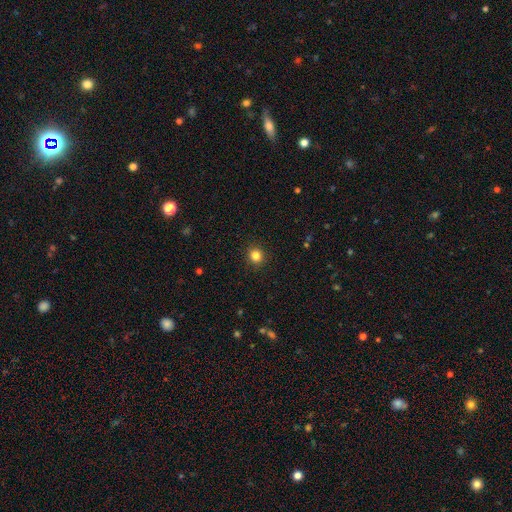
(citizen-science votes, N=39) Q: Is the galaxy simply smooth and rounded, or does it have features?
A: smooth — 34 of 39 (87%).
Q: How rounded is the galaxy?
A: round — 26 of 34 (76%).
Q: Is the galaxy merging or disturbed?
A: none — 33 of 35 (94%).